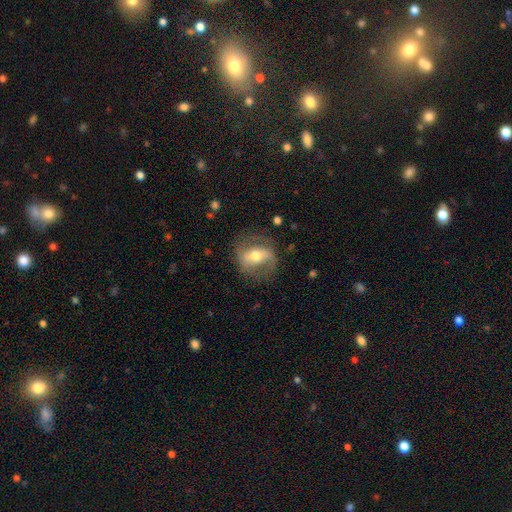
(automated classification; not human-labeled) Overall: featured or disk (65%; smooth 28%). Edge-on disk: no (93%). Bar: strong (40%; weak 36%). Spiral arms: yes (69%; no 31%). Bulge size: moderate (70%). Merging: none (68%).